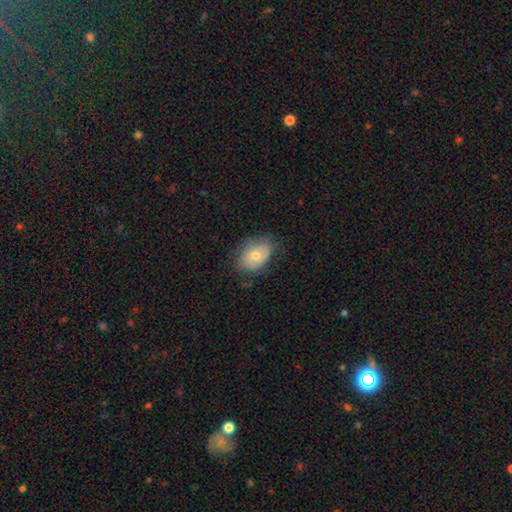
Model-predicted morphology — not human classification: Overall: smooth (64%; featured or disk 28%). How rounded: in between (80%). Merging: none (67%).